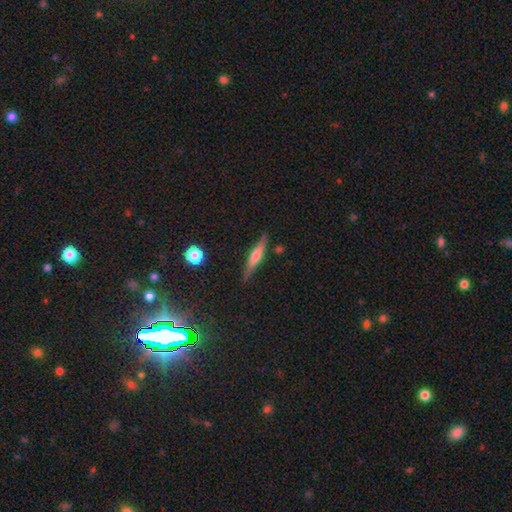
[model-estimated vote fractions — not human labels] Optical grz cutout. It shows a featured or disk galaxy (58%) viewed edge-on (96%) with a rounded central bulge (74%). Merging: none (85%).